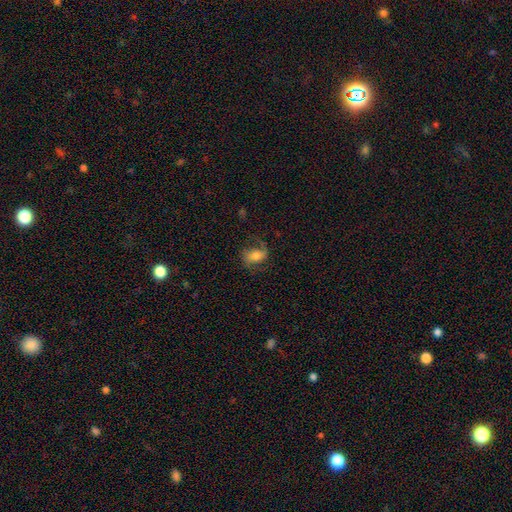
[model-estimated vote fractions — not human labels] Smooth or featured?
  - featured or disk: 53% *
  - smooth: 38%
  - star or artifact: 9%
Edge-on disk?
  - no: 95% *
  - yes: 5%
Bar?
  - no: 43% *
  - weak: 35%
  - strong: 22%
Spiral arms?
  - yes: 87% *
  - no: 13%
Bulge size?
  - moderate: 56% *
  - small: 21%
  - large: 17%
  - none: 3%
  - dominant: 3%
Merging?
  - none: 66% *
  - minor disturbance: 18%
  - major disturbance: 14%
  - merger: 1%